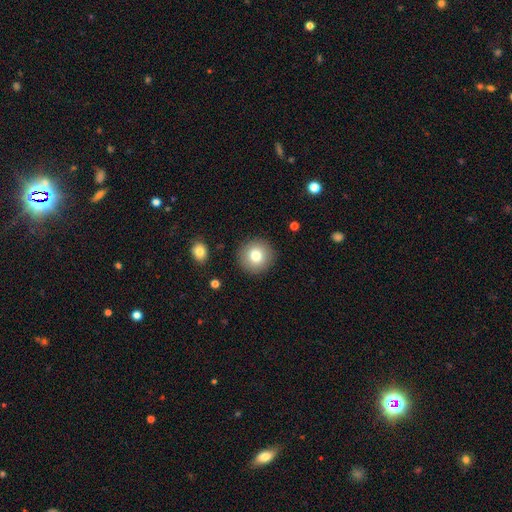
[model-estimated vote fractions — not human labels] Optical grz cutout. It shows a smooth galaxy with no disk features (79%) that is round (94%). Merging: none (90%).